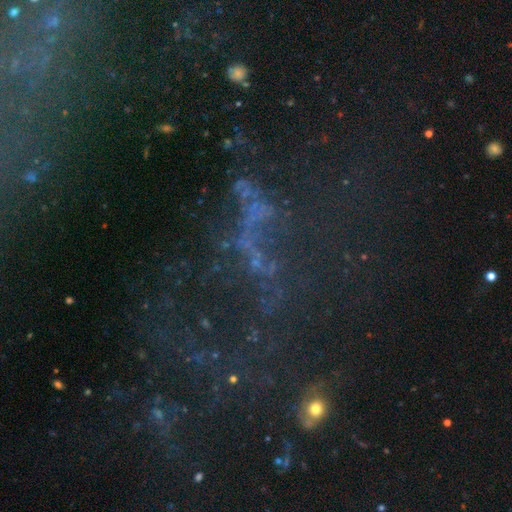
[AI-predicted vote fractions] Smooth or featured? Predicted: star or artifact (p=0.43).